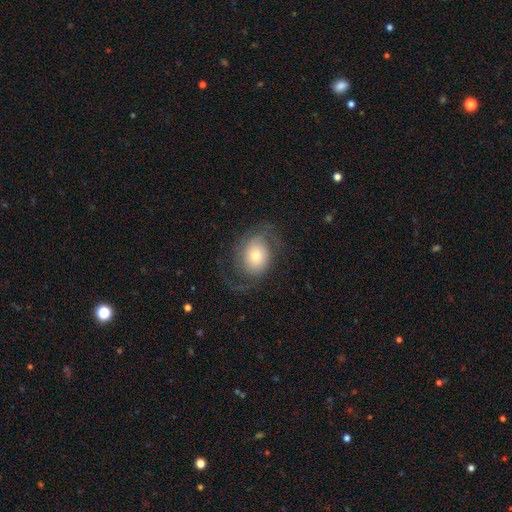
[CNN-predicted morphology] Smooth or featured: featured or disk — 66% (smooth — 26%)
Edge-on disk: no — 97% (yes — 3%)
Bar: no — 74% (weak — 20%)
Spiral arms: yes — 89% (no — 11%)
Spiral winding: medium — 42% (loose — 39%)
Spiral arm count: 2 — 82% (can't tell — 8%)
Bulge size: moderate — 45% (small — 37%)
Merging: none — 63% (major disturbance — 19%)